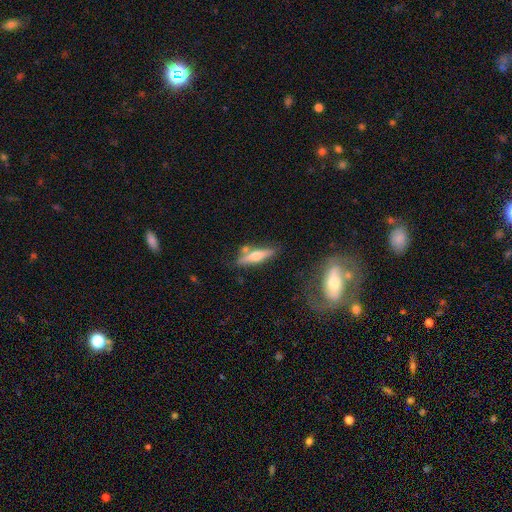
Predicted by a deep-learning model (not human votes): A featured or disk galaxy (50%) viewed edge-on (91%). Merging: none (70%).